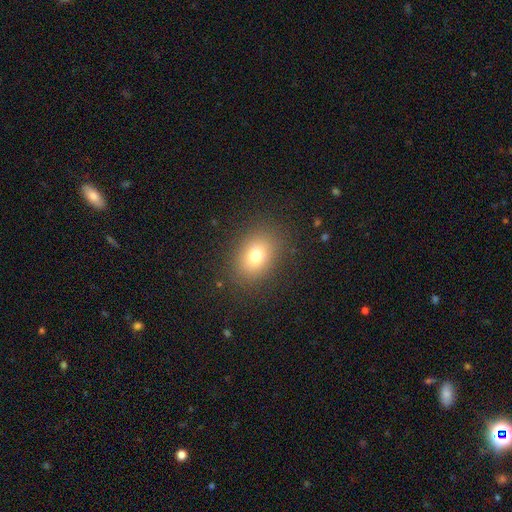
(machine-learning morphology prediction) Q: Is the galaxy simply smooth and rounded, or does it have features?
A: smooth — 76%.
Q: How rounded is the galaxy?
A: in between — 65%.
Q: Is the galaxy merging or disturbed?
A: none — 85%.